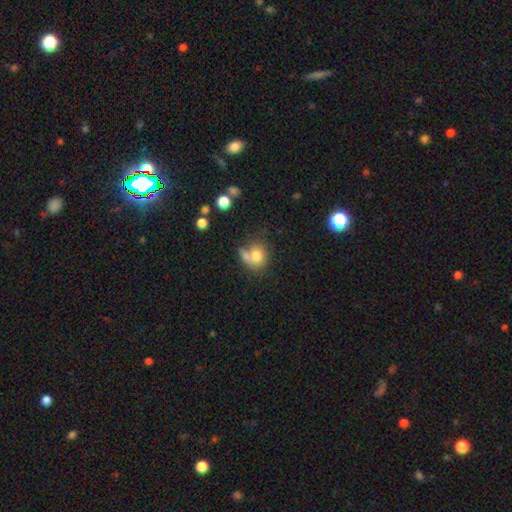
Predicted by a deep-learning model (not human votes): Smooth or featured? Predicted: smooth (p=0.76). How rounded? Predicted: round (p=0.65). Merging? Predicted: none (p=0.41).